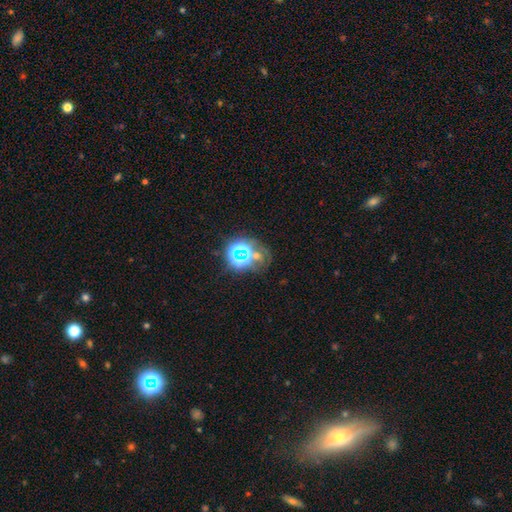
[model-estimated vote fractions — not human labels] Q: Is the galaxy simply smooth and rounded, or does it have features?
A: star or artifact — 54%.